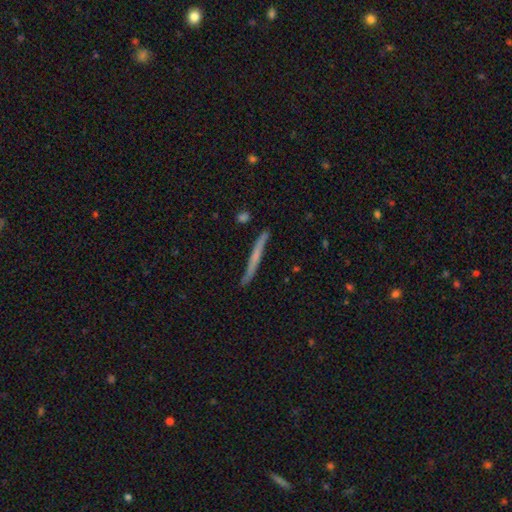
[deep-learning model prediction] Smooth or featured? featured or disk (52%)
Edge-on disk? yes (95%)
Merging? none (85%)